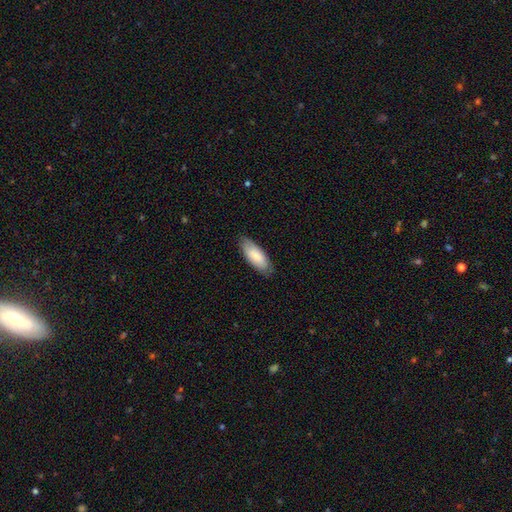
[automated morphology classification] Smooth or featured?
  - smooth: 84% *
  - featured or disk: 11%
  - star or artifact: 5%
How rounded?
  - in between: 78% *
  - cigar-shaped: 20%
  - round: 1%
Merging?
  - none: 83% *
  - minor disturbance: 14%
  - major disturbance: 2%
  - merger: 1%